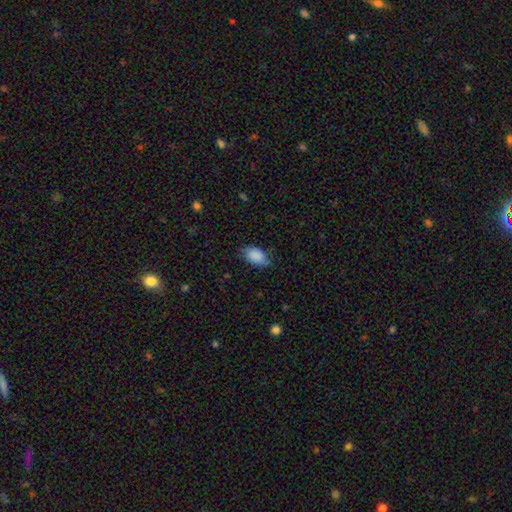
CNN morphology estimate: Overall: smooth (85%). How rounded: in between (92%). Merging: none (70%).